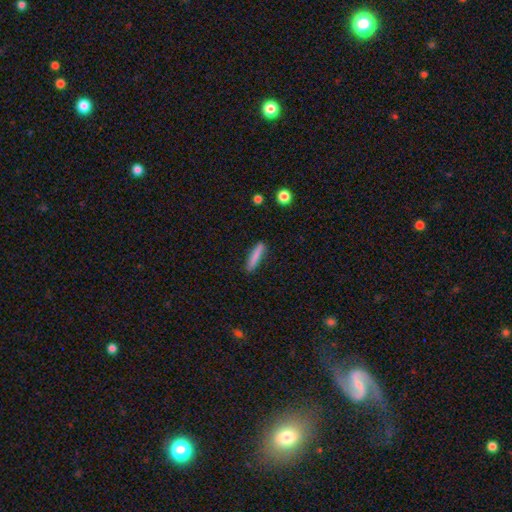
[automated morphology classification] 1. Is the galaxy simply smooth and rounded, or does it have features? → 81% smooth, 12% featured or disk, 7% star or artifact.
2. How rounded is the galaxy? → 89% cigar-shaped, 9% in between, 1% round.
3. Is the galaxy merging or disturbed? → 85% none, 11% minor disturbance, 2% major disturbance, 2% merger.